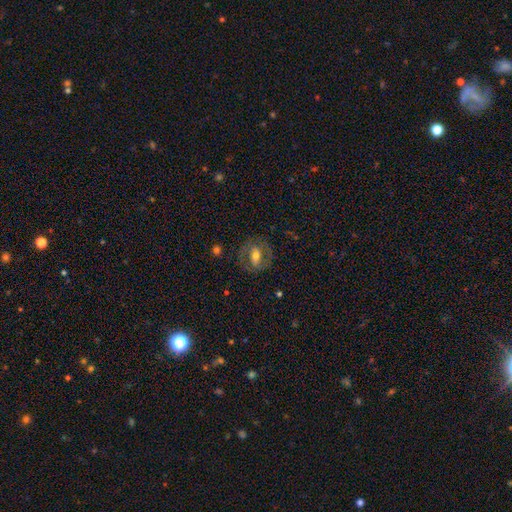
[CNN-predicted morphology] Overall: featured or disk (58%; smooth 35%). Edge-on disk: no (93%). Bar: strong (35%; weak 34%). Spiral arms: no (54%; yes 46%). Bulge size: moderate (66%). Merging: none (76%).